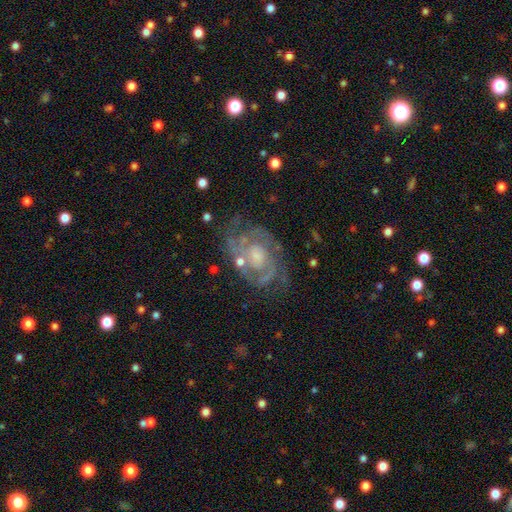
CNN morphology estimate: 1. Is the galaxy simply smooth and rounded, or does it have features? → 87% featured or disk, 7% smooth, 6% star or artifact.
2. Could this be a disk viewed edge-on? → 98% no, 2% yes.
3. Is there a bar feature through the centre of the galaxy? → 65% no, 29% weak, 6% strong.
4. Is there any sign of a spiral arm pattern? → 94% yes, 6% no.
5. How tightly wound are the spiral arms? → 53% tight, 38% medium, 9% loose.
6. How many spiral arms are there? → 47% 2, 20% can't tell, 18% 3, 5% 4, 5% 1, 4% more than 4.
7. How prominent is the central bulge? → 41% small, 39% moderate, 11% none, 7% large, 2% dominant.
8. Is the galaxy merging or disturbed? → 68% none, 18% minor disturbance, 11% major disturbance, 3% merger.